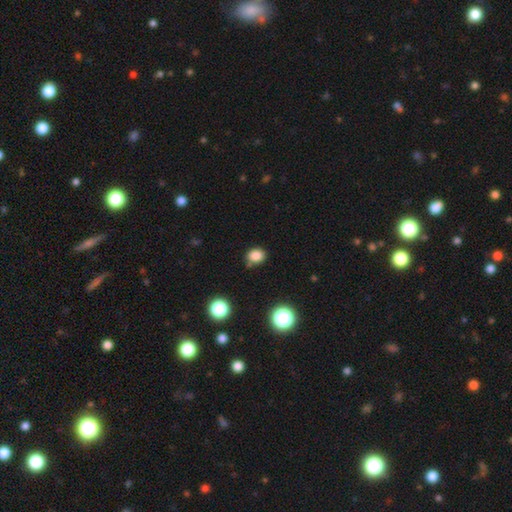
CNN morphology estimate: A smooth galaxy with no disk features (83%) that is round (60%).

Vote fractions:
- Smooth or featured? smooth: 83% / star or artifact: 13% / featured or disk: 4%
- How rounded? round: 60% / in between: 39% / cigar-shaped: 1%
- Merging? none: 74% / minor disturbance: 17% / merger: 6% / major disturbance: 4%